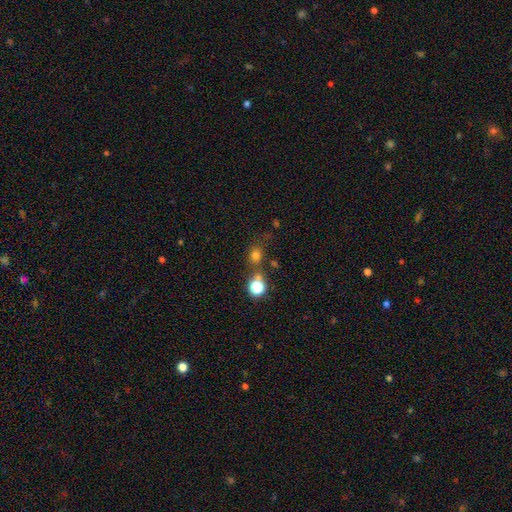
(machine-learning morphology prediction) Smooth or featured: smooth — 67% (star or artifact — 25%)
How rounded: round — 78% (in between — 21%)
Merging: none — 63% (merger — 18%)